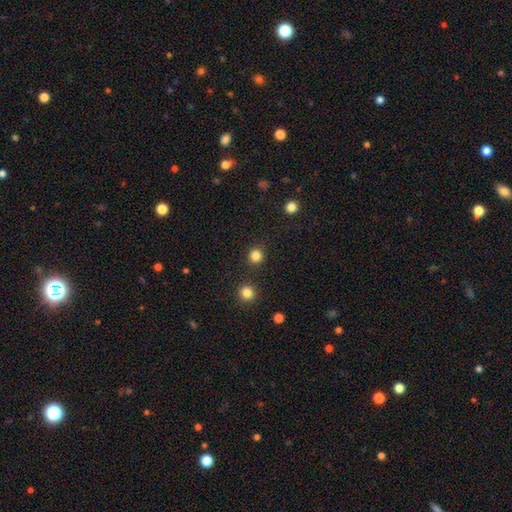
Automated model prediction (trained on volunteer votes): A smooth galaxy with no disk features (83%) that is round (93%). Merging: none (90%).